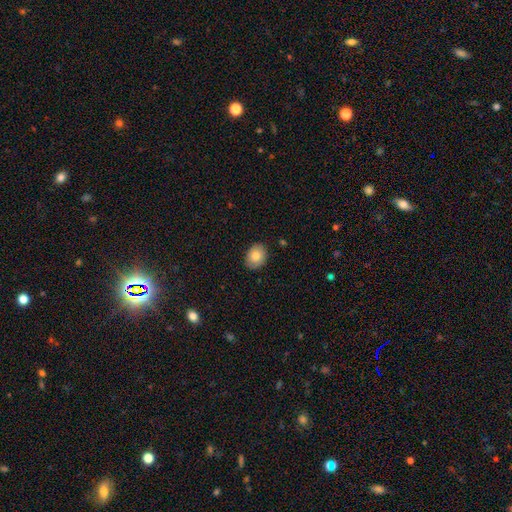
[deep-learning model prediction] The model was most divided on "how rounded": in between: 63%, round: 36%, cigar-shaped: 1%. More confident: merging — none (85%); smooth or featured — smooth (81%).